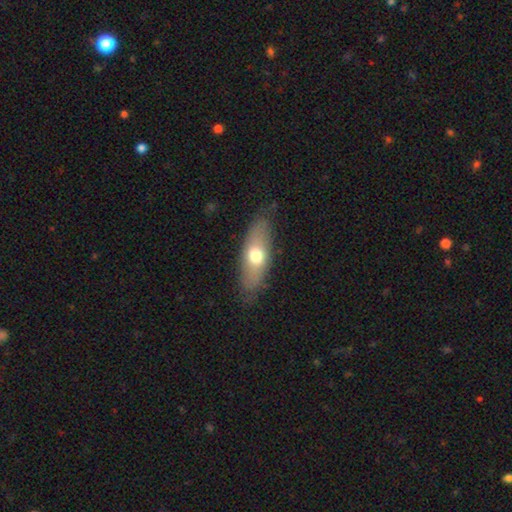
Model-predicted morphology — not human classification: Smooth or featured: smooth — 63% (featured or disk — 30%)
How rounded: in between — 69% (cigar-shaped — 27%)
Merging: none — 79% (minor disturbance — 15%)